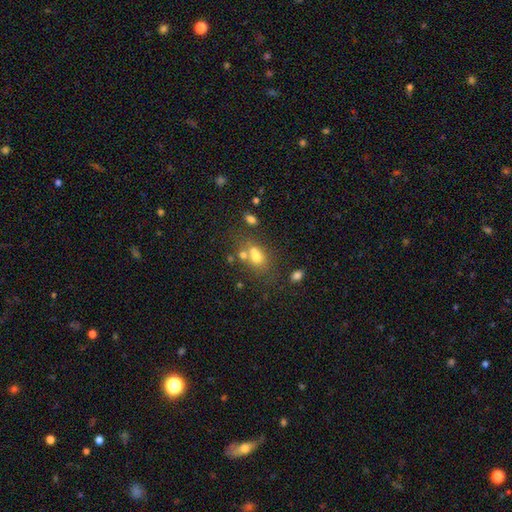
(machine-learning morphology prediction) smooth 64%, featured or disk 19%, star or artifact 17%. Down the decision tree: how rounded — in between (66%); merging — none (42%).